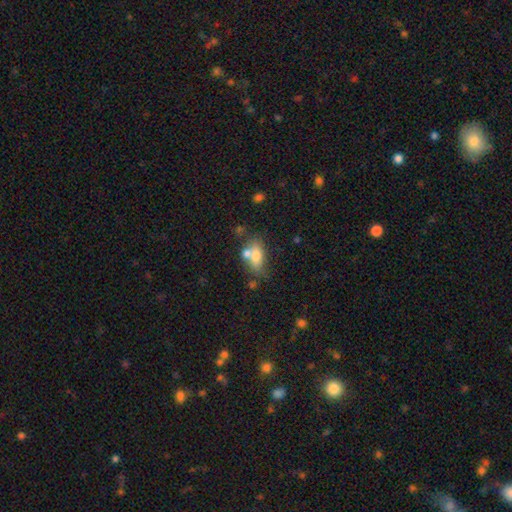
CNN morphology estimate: This appears to be a smooth galaxy with no disk features (69%) that is in between round and cigar-shaped (80%). Merging: none (43%).